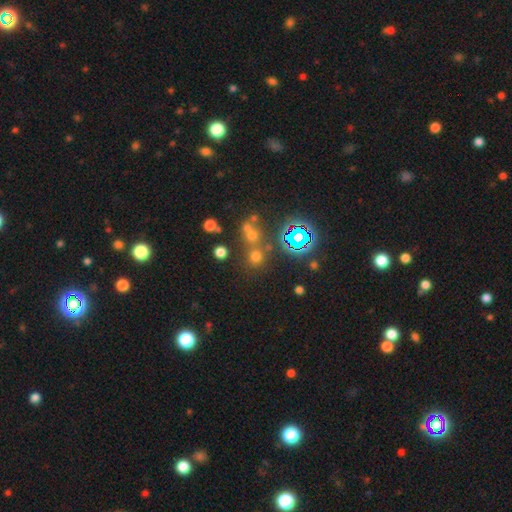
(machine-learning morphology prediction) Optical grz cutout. It shows a star or artifact, not a galaxy (46%).